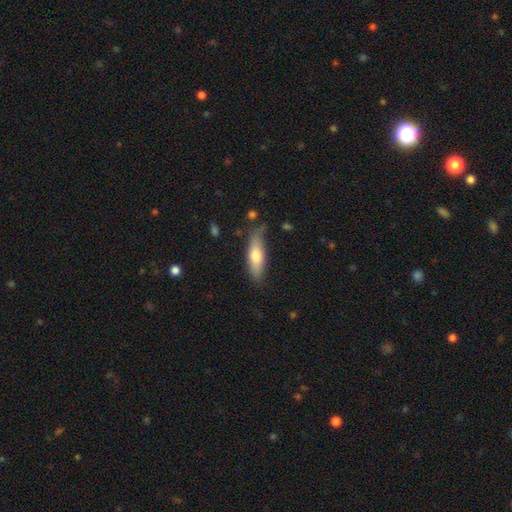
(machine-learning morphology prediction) This is likely a smooth galaxy (70%). How rounded: possibly in between (49%, tied with cigar-shaped). Merging: likely none (71%).